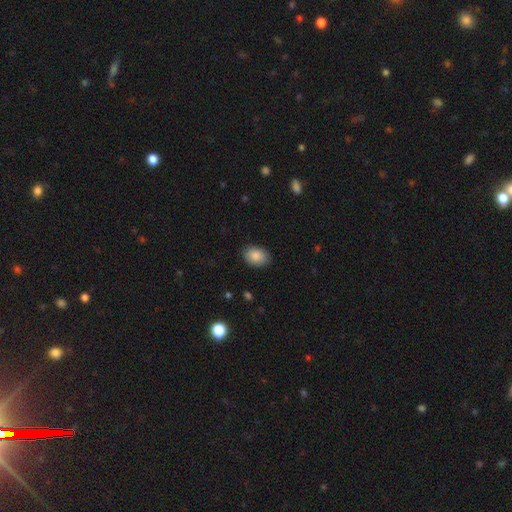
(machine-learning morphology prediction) Overall: smooth (87%). How rounded: in between (77%). Merging: none (86%).